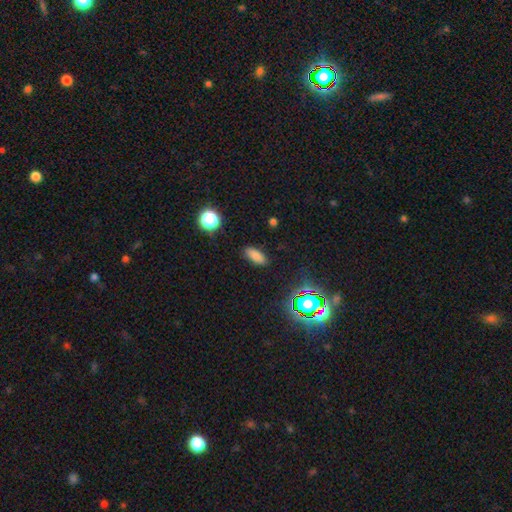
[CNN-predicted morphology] Smooth or featured? Predicted: smooth (p=0.80). How rounded? Predicted: in between (p=0.81). Merging? Predicted: none (p=0.86).